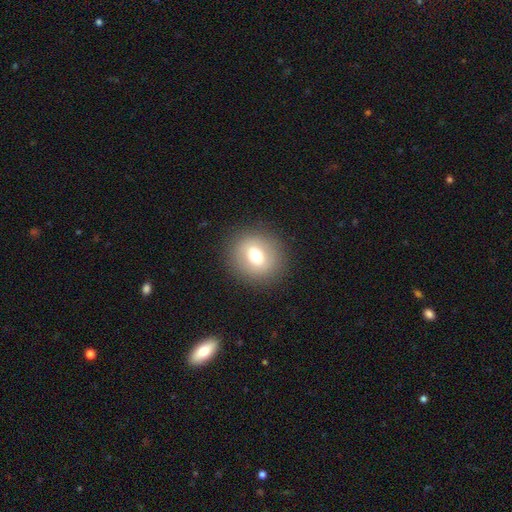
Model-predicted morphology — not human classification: type=smooth (64%); roundness=round (80%); merging=none (87%).